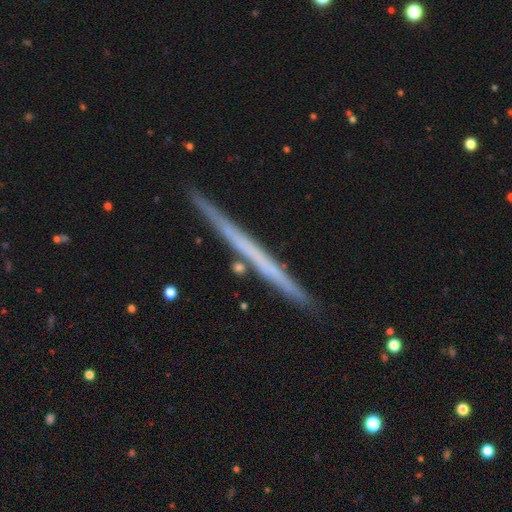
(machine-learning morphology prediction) This is possibly a featured or disk galaxy (57%). It is clearly viewed edge-on (97%). Edge-on bulge: clearly none (94%). Merging: clearly none (90%).